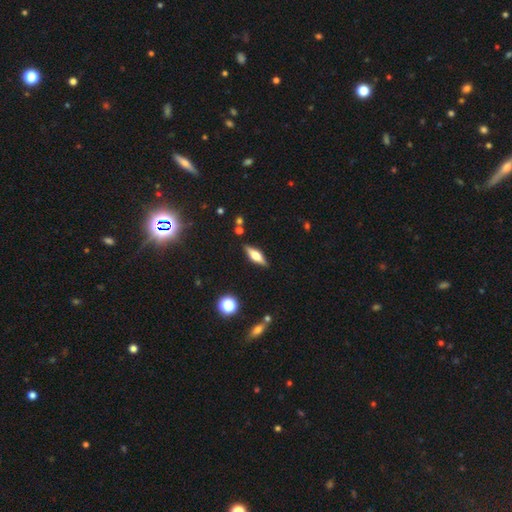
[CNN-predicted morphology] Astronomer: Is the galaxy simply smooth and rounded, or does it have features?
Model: featured or disk — 51% (runner-up: smooth, 42%).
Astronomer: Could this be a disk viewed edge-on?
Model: yes — 93%.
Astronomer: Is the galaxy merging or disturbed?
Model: none — 87%.